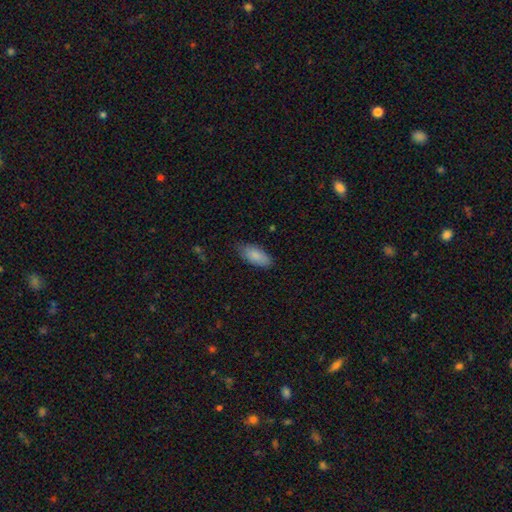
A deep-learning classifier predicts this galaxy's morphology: This is clearly a smooth galaxy (87%). How rounded: clearly in between (90%). Merging: likely none (78%).